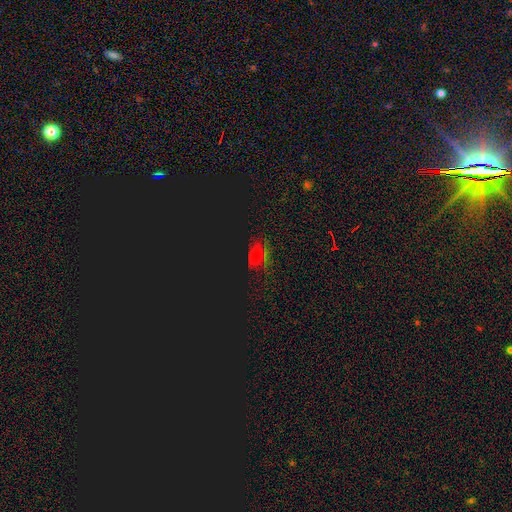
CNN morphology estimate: A star or artifact, not a galaxy (55%).

Vote fractions:
- Smooth or featured? star or artifact: 55% / smooth: 34% / featured or disk: 11%